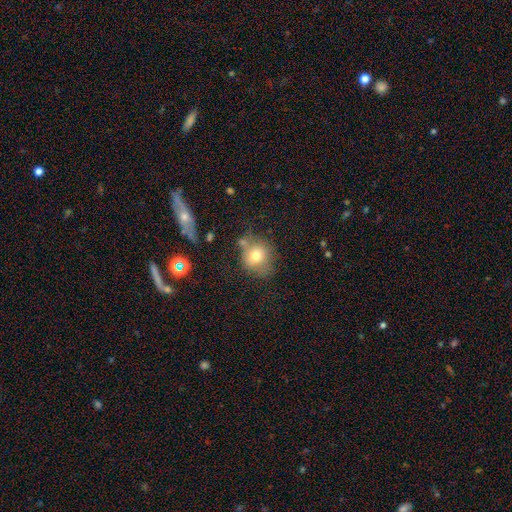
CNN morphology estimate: The model was most divided on "merging": none: 60%, minor disturbance: 21%, merger: 11%, major disturbance: 8%. More confident: how rounded — round (79%); smooth or featured — smooth (73%).